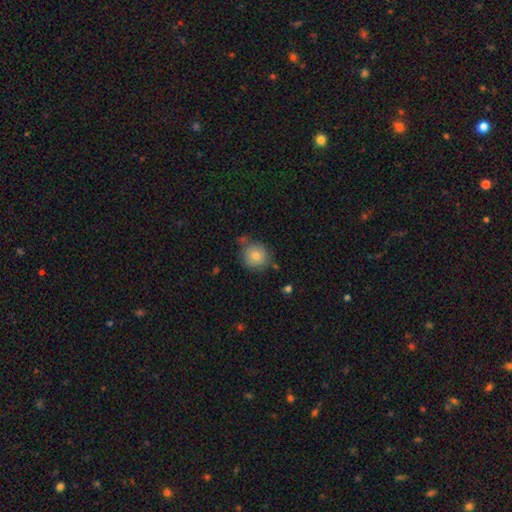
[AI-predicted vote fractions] smooth-or-featured: smooth: 78% | featured or disk: 11% | star or artifact: 11%
  how-rounded: round: 91% | in between: 8% | cigar-shaped: 1%
  merging: none: 76% | minor disturbance: 15% | merger: 6% | major disturbance: 3%